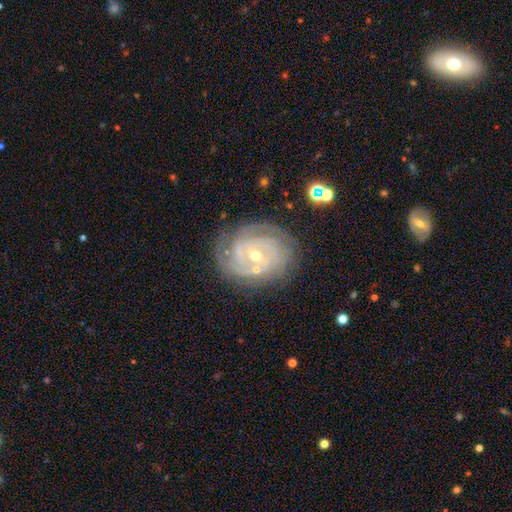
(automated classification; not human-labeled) smooth_or_featured: featured or disk (p=0.86) [alt: smooth p=0.08]
disk_edge_on: no (p=0.97) [alt: yes p=0.03]
bar: weak (p=0.47) [alt: no p=0.34]
has_spiral_arms: yes (p=0.96) [alt: no p=0.04]
spiral_winding: tight (p=0.73) [alt: medium p=0.22]
spiral_arm_count: 3 (p=0.27) [alt: 2 p=0.25]
bulge_size: small (p=0.60) [alt: moderate p=0.37]
merging: none (p=0.75) [alt: minor disturbance p=0.16]